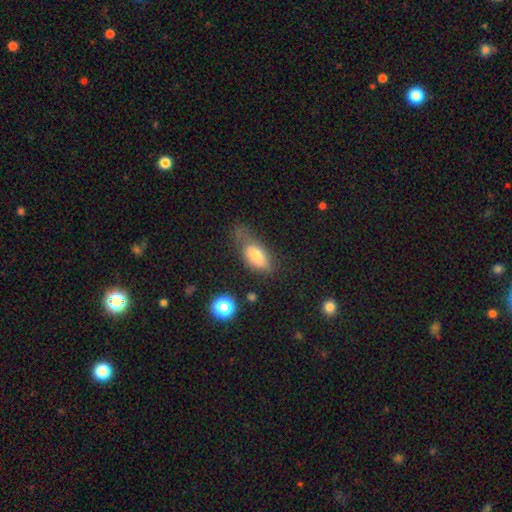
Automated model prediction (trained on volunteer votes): Smooth or featured? Predicted: smooth (p=0.73). How rounded? Predicted: in between (p=0.86). Merging? Predicted: none (p=0.34).